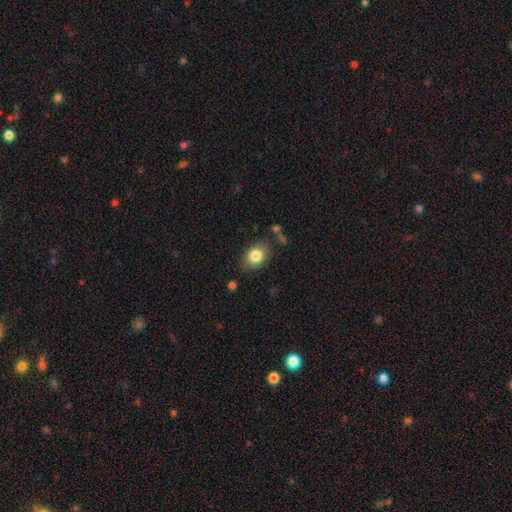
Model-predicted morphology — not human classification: smooth_or_featured: smooth (p=0.83) [alt: featured or disk p=0.09]
how_rounded: in between (p=0.60) [alt: round p=0.38]
merging: none (p=0.77) [alt: minor disturbance p=0.15]